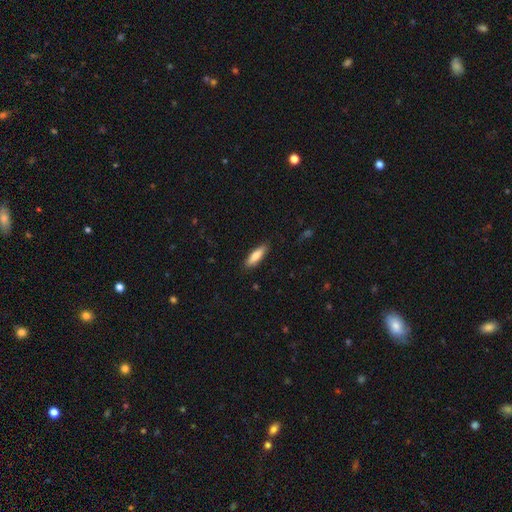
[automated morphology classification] Smooth or featured? smooth (80%)
How rounded? cigar-shaped (52%)
Merging? none (86%)